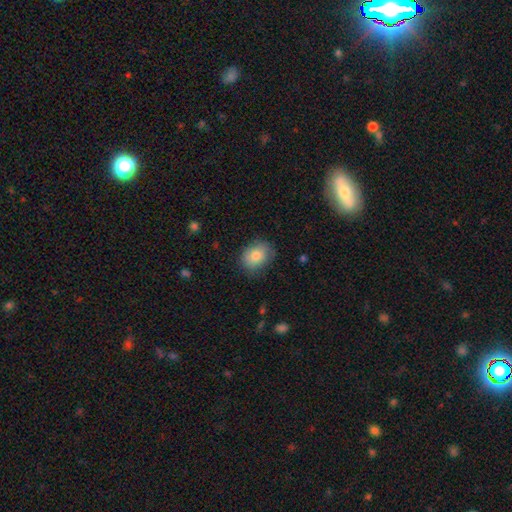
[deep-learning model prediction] Overall: smooth (82%). How rounded: in between (56%; round 43%). Merging: none (79%).